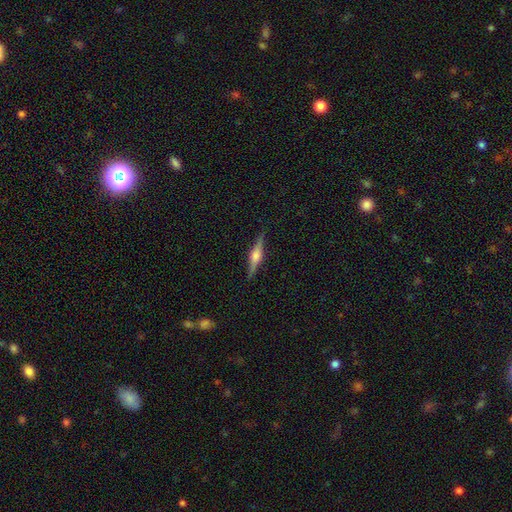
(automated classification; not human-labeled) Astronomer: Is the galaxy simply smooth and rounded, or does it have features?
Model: featured or disk — 77%.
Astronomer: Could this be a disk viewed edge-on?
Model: yes — 98%.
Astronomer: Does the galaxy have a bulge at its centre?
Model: rounded — 86%.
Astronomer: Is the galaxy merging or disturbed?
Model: none — 89%.